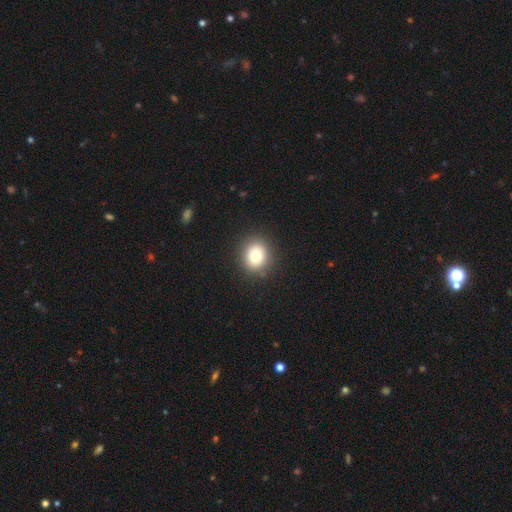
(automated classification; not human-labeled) This is likely a smooth galaxy (79%). How rounded: likely round (80%). Merging: clearly none (89%).